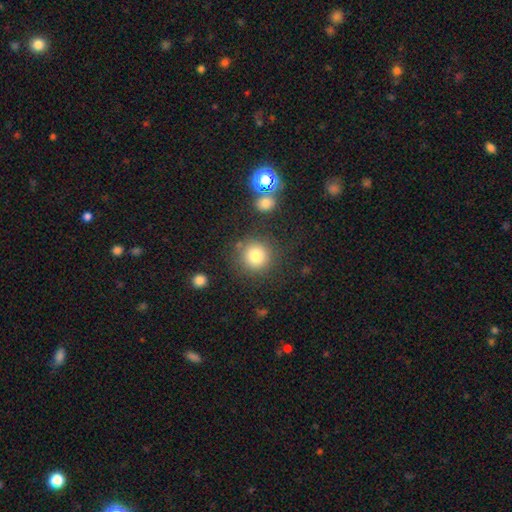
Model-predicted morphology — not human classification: Overall: smooth (80%). How rounded: round (93%). Merging: none (81%).